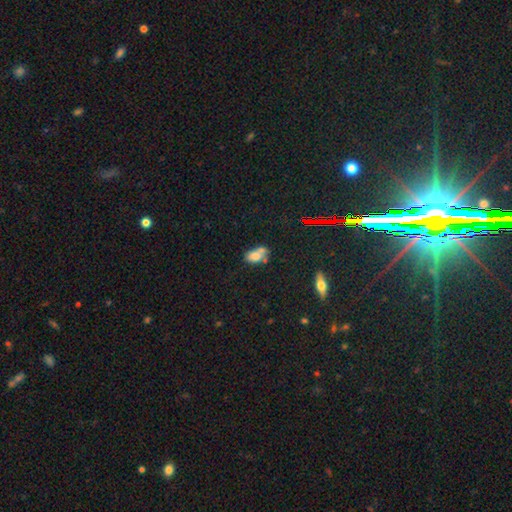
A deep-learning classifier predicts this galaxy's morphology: Smooth or featured? smooth (70%)
How rounded? in between (82%)
Merging? merger (42%)